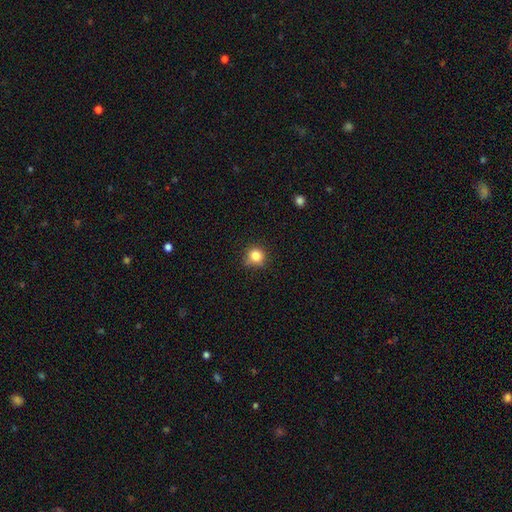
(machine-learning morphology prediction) This appears to be a smooth galaxy with no disk features (82%) that is round (90%). Merging: none (75%).